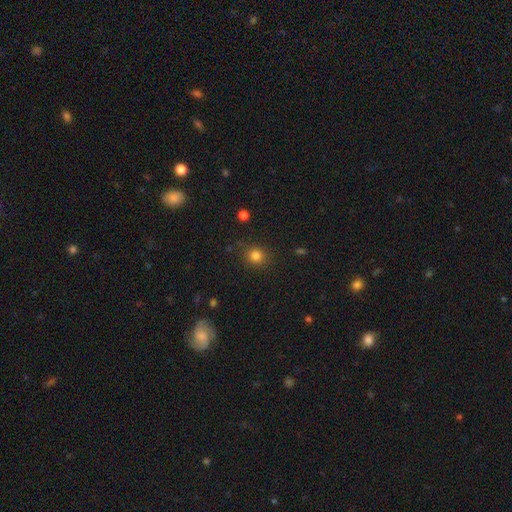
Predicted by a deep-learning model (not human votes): The model was most divided on "smooth or featured": smooth: 82%, star or artifact: 13%, featured or disk: 5%. More confident: how rounded — round (86%); merging — none (85%).